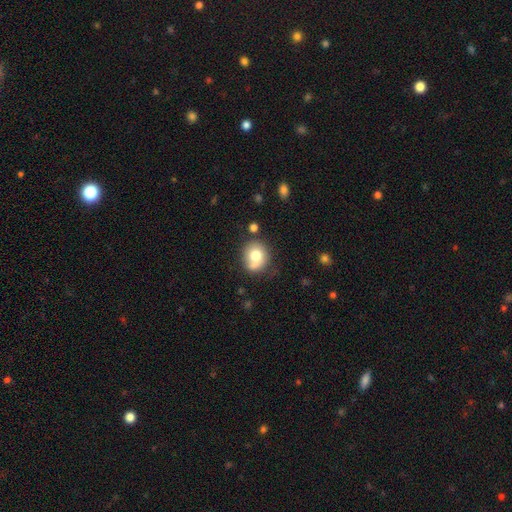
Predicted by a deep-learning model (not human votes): Q: Smooth or featured?
A: smooth (74%); runner-up: featured or disk (17%)
Q: How rounded?
A: round (74%); runner-up: in between (26%)
Q: Merging?
A: none (58%); runner-up: minor disturbance (22%)